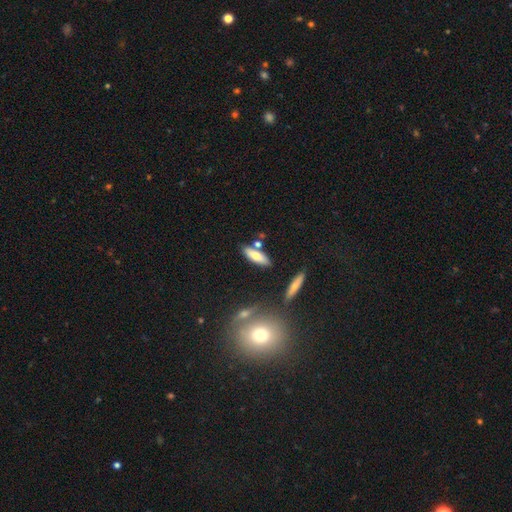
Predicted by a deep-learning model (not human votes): Smooth or featured: smooth — 68% (featured or disk — 24%)
How rounded: in between — 56% (cigar-shaped — 42%)
Merging: none — 73% (minor disturbance — 12%)